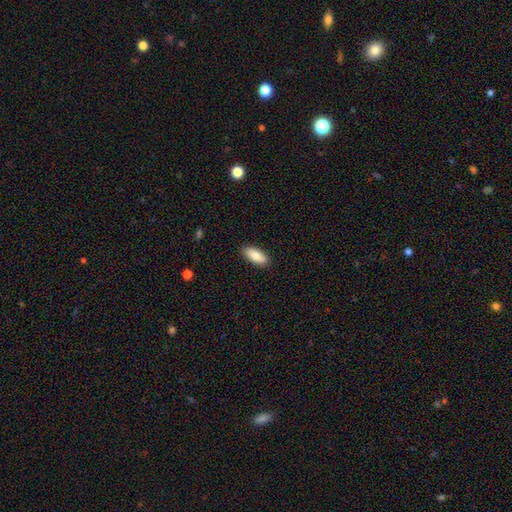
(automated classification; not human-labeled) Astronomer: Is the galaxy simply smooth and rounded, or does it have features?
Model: smooth — 82%.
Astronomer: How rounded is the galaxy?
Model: in between — 84%.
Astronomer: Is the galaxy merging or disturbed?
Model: none — 89%.